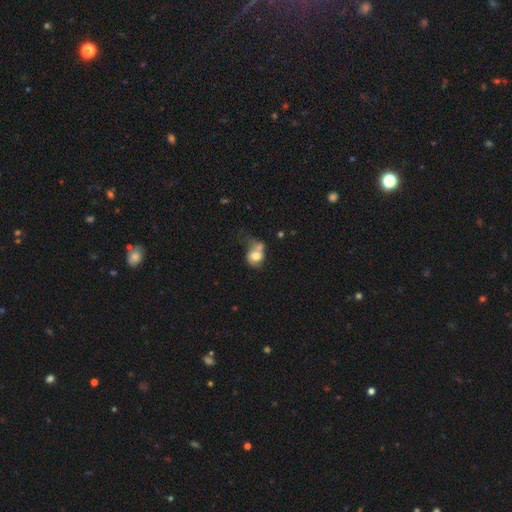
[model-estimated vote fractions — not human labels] Morphology: type=smooth (67%); roundness=round (57%); merging=merger (41%).